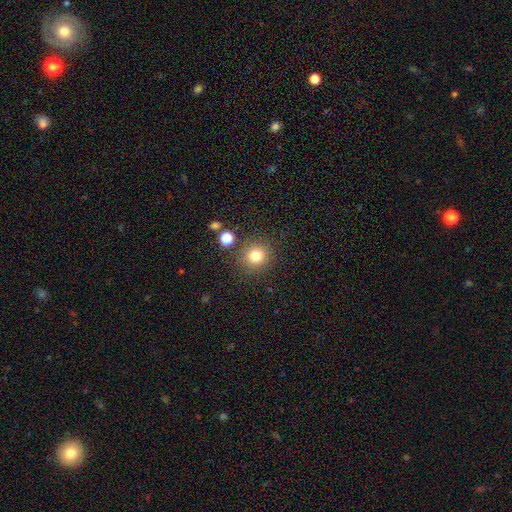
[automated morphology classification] This appears to be a smooth galaxy with no disk features (79%) that is round (91%). Merging: none (86%).